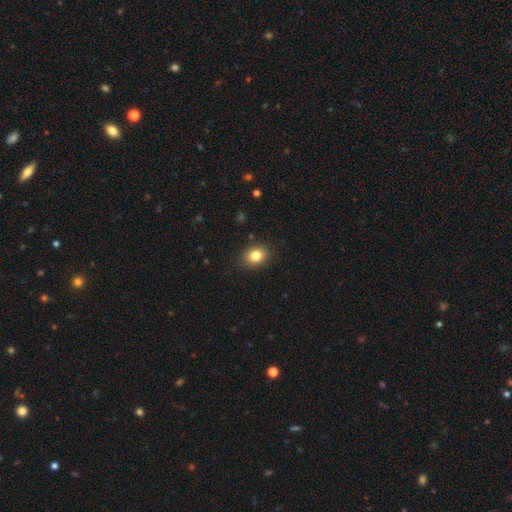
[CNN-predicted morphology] This is clearly a smooth galaxy (83%). How rounded: possibly round (51%). Merging: clearly none (87%).